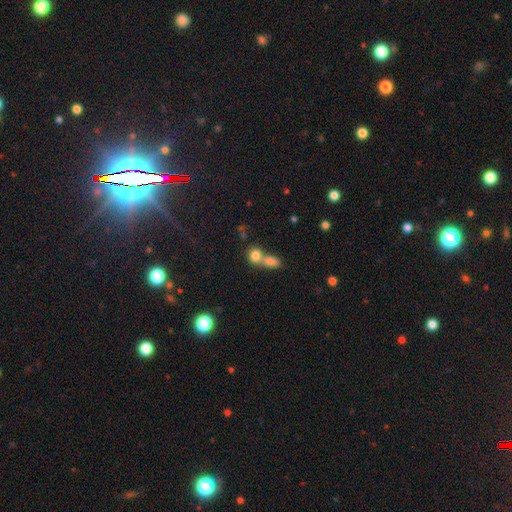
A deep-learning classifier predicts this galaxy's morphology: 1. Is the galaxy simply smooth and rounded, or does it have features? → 80% smooth, 10% star or artifact, 10% featured or disk.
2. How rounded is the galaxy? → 54% round, 43% in between, 2% cigar-shaped.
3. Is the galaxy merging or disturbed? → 61% merger, 30% none, 6% minor disturbance, 3% major disturbance.